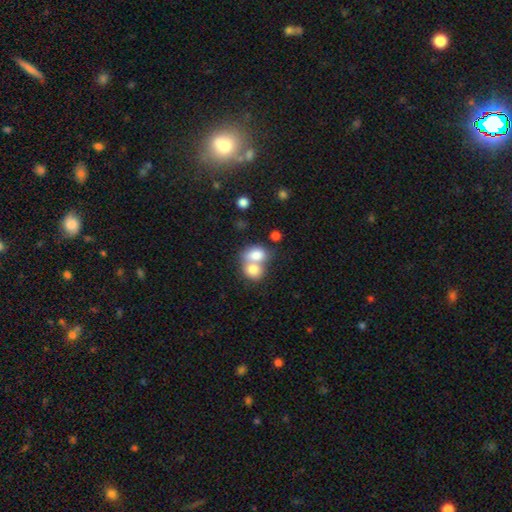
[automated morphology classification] This is likely a smooth galaxy (78%). How rounded: possibly in between (52%). Merging: likely merger (71%).